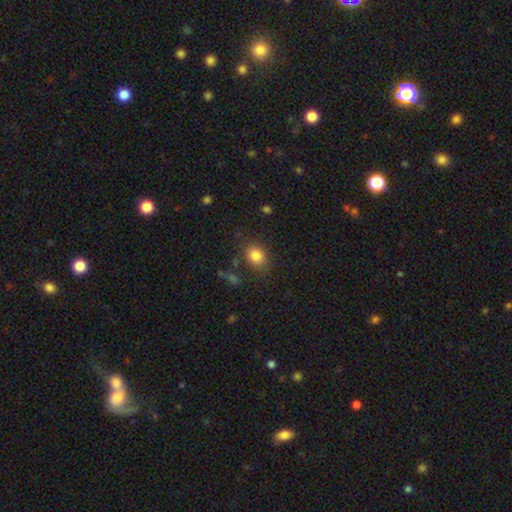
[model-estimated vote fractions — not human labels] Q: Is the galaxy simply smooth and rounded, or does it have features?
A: smooth — 83%.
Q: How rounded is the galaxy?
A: in between — 55%.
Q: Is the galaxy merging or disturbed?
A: none — 81%.